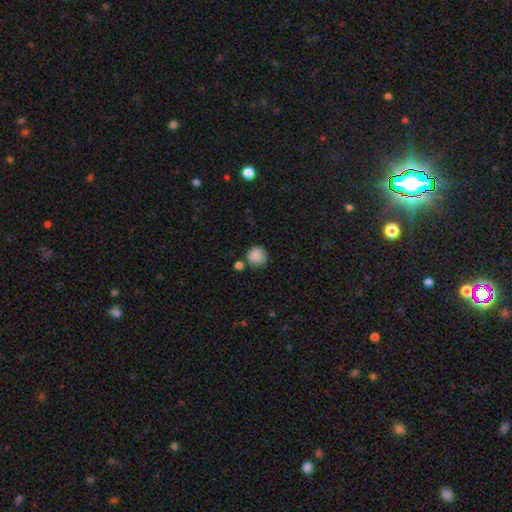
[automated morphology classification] smooth_or_featured: smooth (p=0.87) [alt: star or artifact p=0.08]
how_rounded: round (p=0.93) [alt: in between p=0.06]
merging: none (p=0.74) [alt: minor disturbance p=0.13]